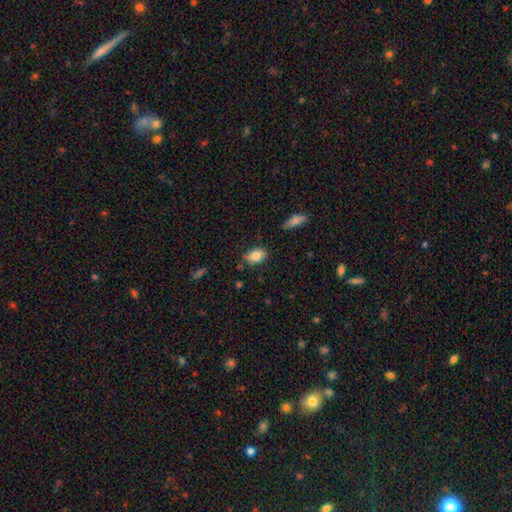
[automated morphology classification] Smooth or featured: smooth — 81% (featured or disk — 11%)
How rounded: in between — 86% (round — 12%)
Merging: none — 76% (minor disturbance — 18%)